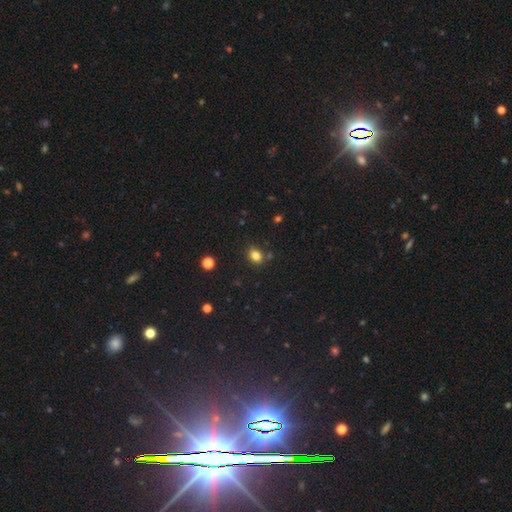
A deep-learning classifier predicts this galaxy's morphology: Smooth or featured: smooth — 81% (star or artifact — 13%)
How rounded: round — 53% (in between — 46%)
Merging: none — 78% (minor disturbance — 12%)